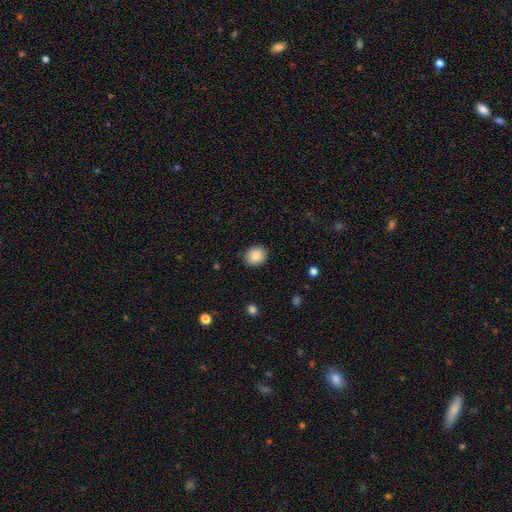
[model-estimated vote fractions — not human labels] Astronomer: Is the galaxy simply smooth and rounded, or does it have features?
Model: smooth — 85%.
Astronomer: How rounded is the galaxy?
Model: round — 79%.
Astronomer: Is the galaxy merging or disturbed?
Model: none — 90%.